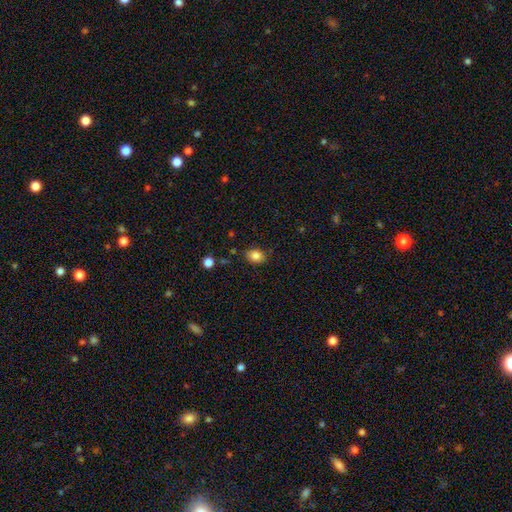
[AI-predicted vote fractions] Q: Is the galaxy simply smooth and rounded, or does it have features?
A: smooth — 84%.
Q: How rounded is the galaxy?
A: in between — 64%.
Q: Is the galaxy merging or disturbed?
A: none — 83%.